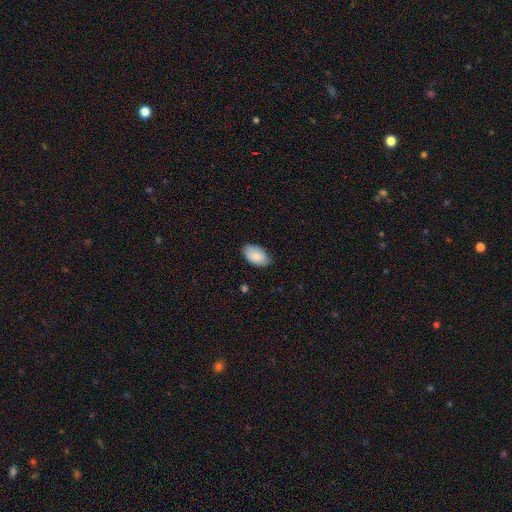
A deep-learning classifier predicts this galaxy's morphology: Smooth or featured?
  - smooth: 82% *
  - featured or disk: 11%
  - star or artifact: 6%
How rounded?
  - in between: 94% *
  - round: 5%
  - cigar-shaped: 1%
Merging?
  - none: 78% *
  - minor disturbance: 18%
  - major disturbance: 3%
  - merger: 1%